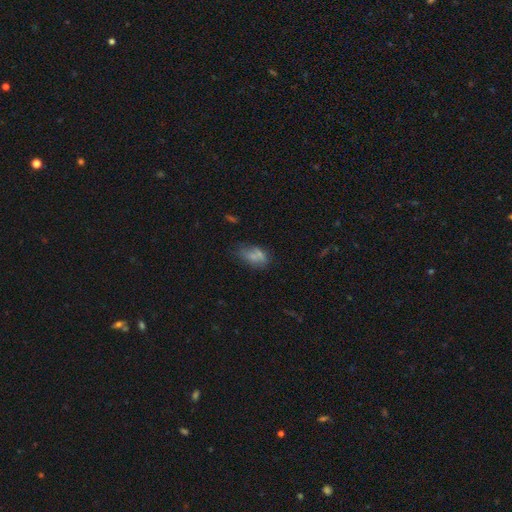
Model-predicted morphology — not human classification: Smooth or featured? Predicted: smooth (p=0.64). How rounded? Predicted: in between (p=0.86). Merging? Predicted: none (p=0.44).